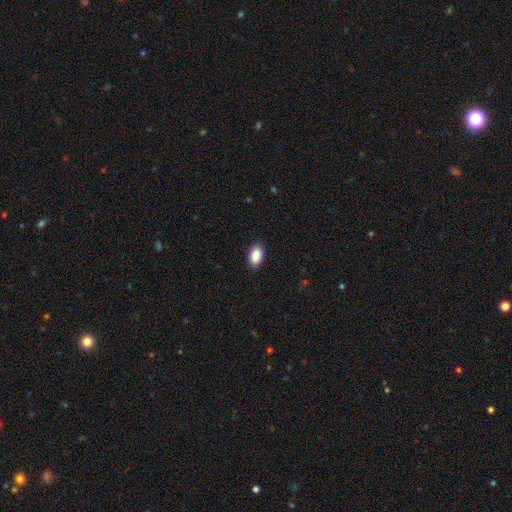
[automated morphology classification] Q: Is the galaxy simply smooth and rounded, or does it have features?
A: smooth — 90%.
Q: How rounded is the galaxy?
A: in between — 93%.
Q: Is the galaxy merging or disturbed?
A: none — 88%.